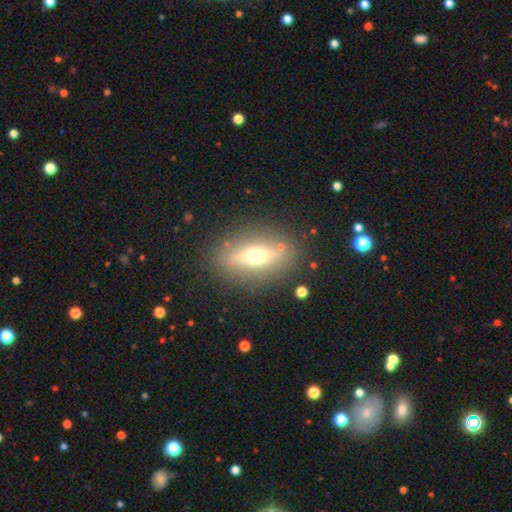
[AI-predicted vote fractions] A featured or disk galaxy (61%) viewed edge-on (81%).

Vote fractions:
- Smooth or featured? featured or disk: 61% / smooth: 29% / star or artifact: 10%
- Edge-on disk? yes: 81% / no: 19%
- Merging? none: 85% / minor disturbance: 9% / major disturbance: 4% / merger: 2%